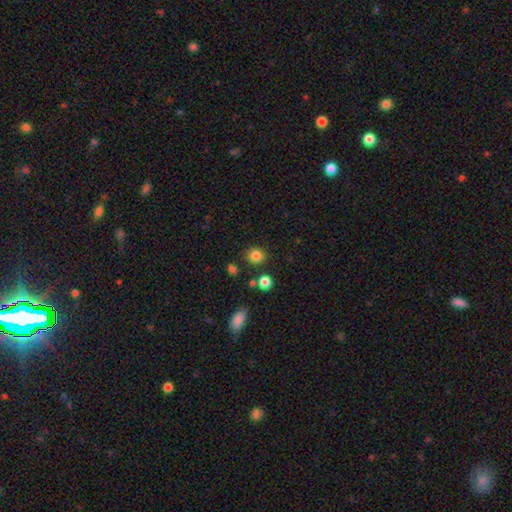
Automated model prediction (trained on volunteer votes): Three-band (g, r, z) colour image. It shows a smooth galaxy with no disk features (84%) that is round (84%). Merging: none (85%).